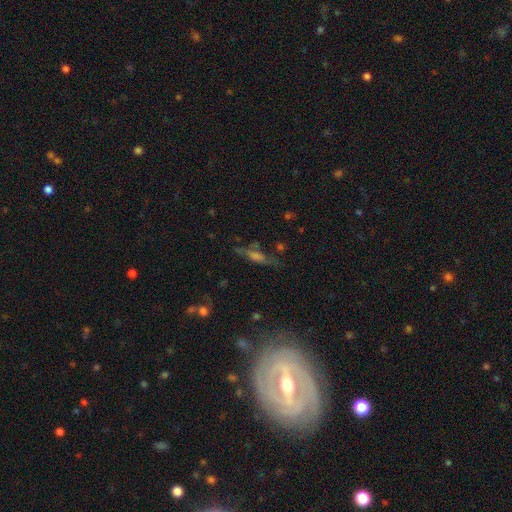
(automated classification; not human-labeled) Morphology: type=smooth (48%); merging=none (50%).